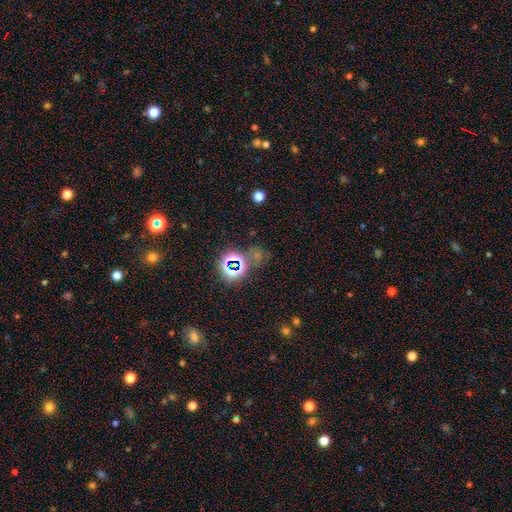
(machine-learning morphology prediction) Smooth or featured: star or artifact — 69% (smooth — 23%)